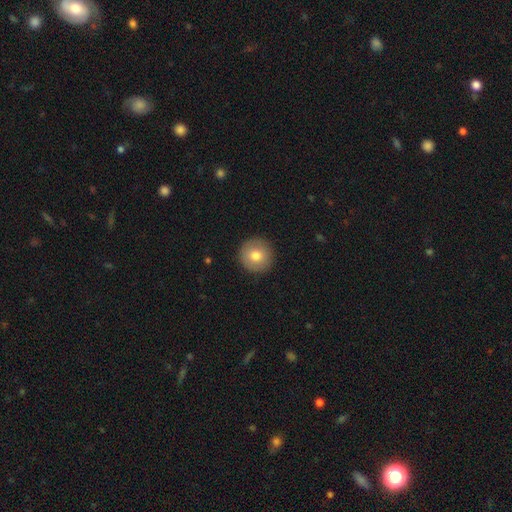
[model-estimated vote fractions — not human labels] smooth-or-featured: smooth: 77% | featured or disk: 16% | star or artifact: 8%
  how-rounded: round: 96% | in between: 3% | cigar-shaped: 1%
  merging: none: 91% | minor disturbance: 6% | major disturbance: 2% | merger: 1%